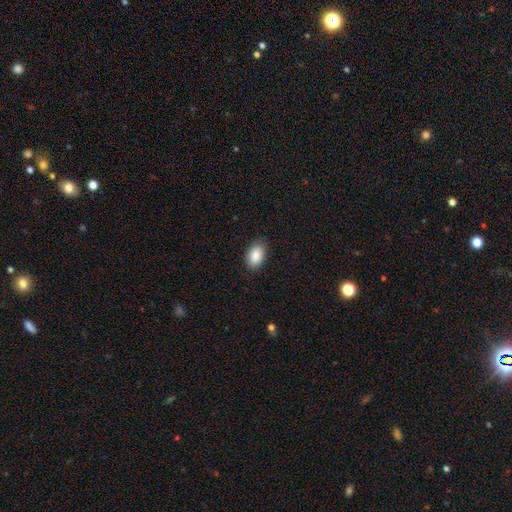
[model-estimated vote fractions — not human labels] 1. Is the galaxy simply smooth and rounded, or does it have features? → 89% smooth, 7% star or artifact, 4% featured or disk.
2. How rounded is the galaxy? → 91% in between, 8% round, 1% cigar-shaped.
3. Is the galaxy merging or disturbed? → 85% none, 11% minor disturbance, 2% major disturbance, 1% merger.